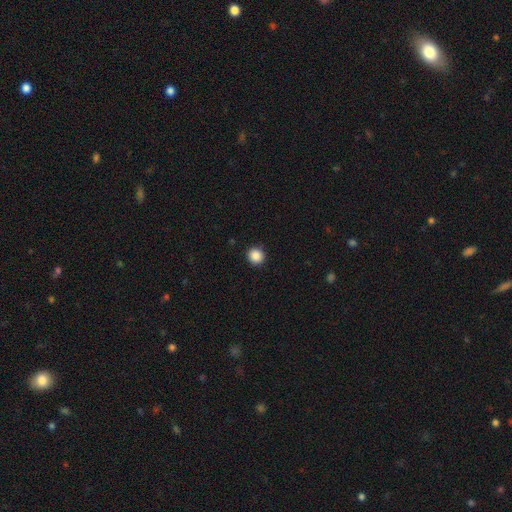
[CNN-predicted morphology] The model was most divided on "smooth or featured": smooth: 87%, star or artifact: 10%, featured or disk: 3%. More confident: how rounded — round (92%); merging — none (91%).